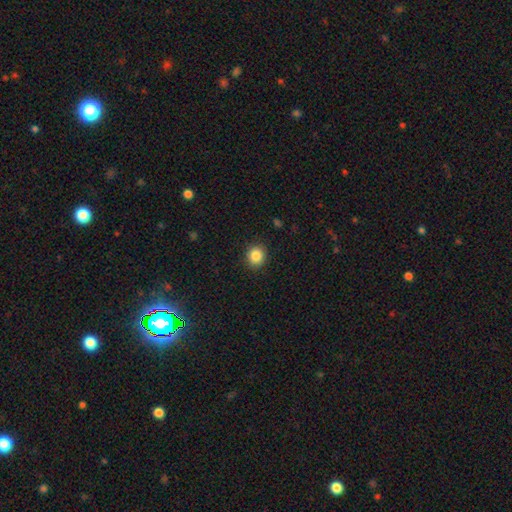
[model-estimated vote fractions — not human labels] smooth-or-featured: smooth: 86% | star or artifact: 10% | featured or disk: 4%
  how-rounded: round: 81% | in between: 18% | cigar-shaped: 1%
  merging: none: 89% | minor disturbance: 7% | major disturbance: 2% | merger: 1%